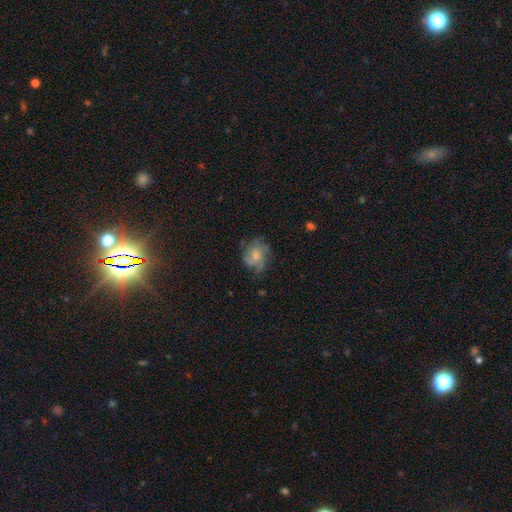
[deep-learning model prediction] Smooth or featured: featured or disk — 65% (smooth — 26%)
Edge-on disk: no — 98% (yes — 2%)
Bar: no — 76% (weak — 22%)
Spiral arms: yes — 89% (no — 11%)
Spiral winding: medium — 44% (tight — 39%)
Spiral arm count: can't tell — 28% (tied with 3 — 28%)
Bulge size: moderate — 47% (small — 38%)
Merging: none — 66% (minor disturbance — 21%)